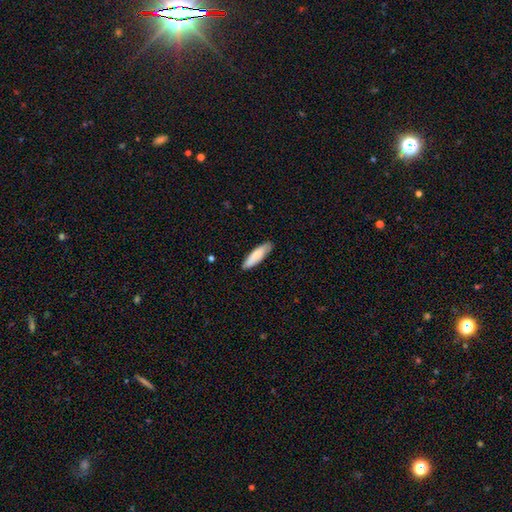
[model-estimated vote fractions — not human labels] Smooth or featured: smooth — 84% (featured or disk — 11%)
How rounded: cigar-shaped — 60% (in between — 38%)
Merging: none — 85% (minor disturbance — 12%)